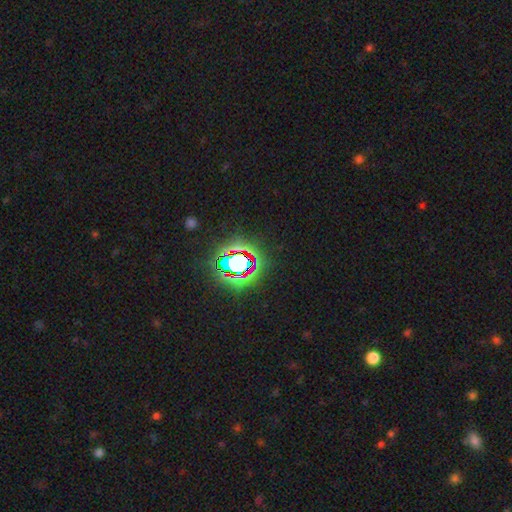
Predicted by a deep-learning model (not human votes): star or artifact 82%, smooth 10%, featured or disk 8%.